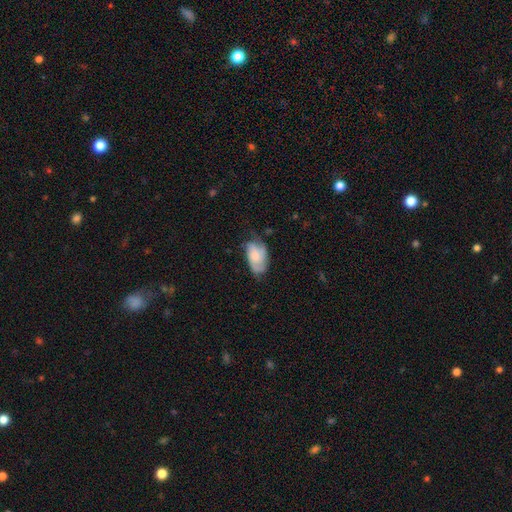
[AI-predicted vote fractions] A featured or disk galaxy (53%) with no bar (75%), spiral arms (84%) and a moderate central bulge (46%).

Vote fractions:
- Smooth or featured? featured or disk: 53% / smooth: 41% / star or artifact: 7%
- Edge-on disk? no: 95% / yes: 5%
- Bar? no: 75% / weak: 22% / strong: 4%
- Spiral arms? yes: 84% / no: 16%
- Bulge size? moderate: 46% / small: 37% / none: 8% / large: 7% / dominant: 2%
- Merging? none: 51% / minor disturbance: 32% / major disturbance: 15% / merger: 2%